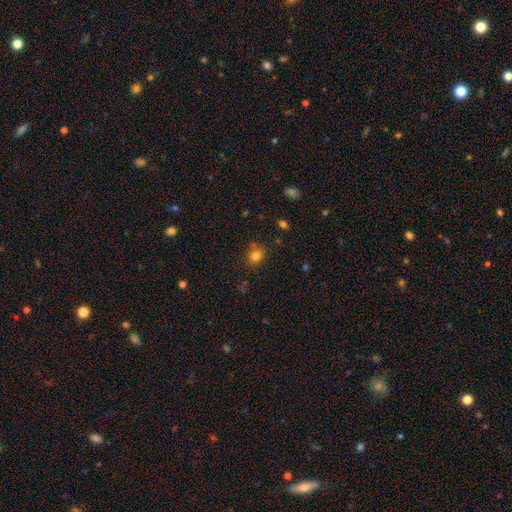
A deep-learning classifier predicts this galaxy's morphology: smooth-or-featured: smooth: 80% | star or artifact: 14% | featured or disk: 7%
  how-rounded: round: 57% | in between: 42% | cigar-shaped: 1%
  merging: none: 74% | minor disturbance: 16% | merger: 5% | major disturbance: 4%